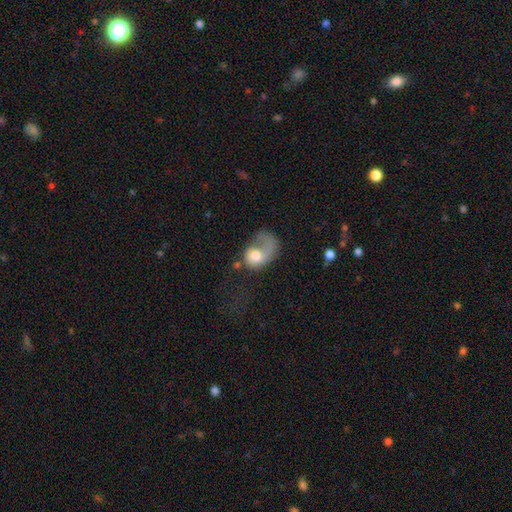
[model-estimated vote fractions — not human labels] Morphology: type=smooth (56%); roundness=in between (63%); merging=major disturbance (61%).